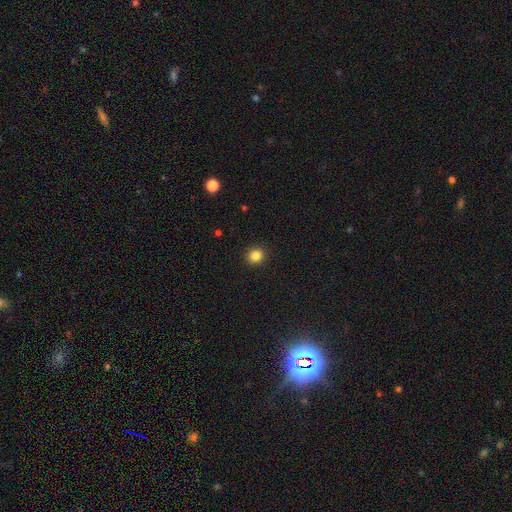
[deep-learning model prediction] A smooth galaxy with no disk features (84%) that is round (84%). Merging: none (92%).